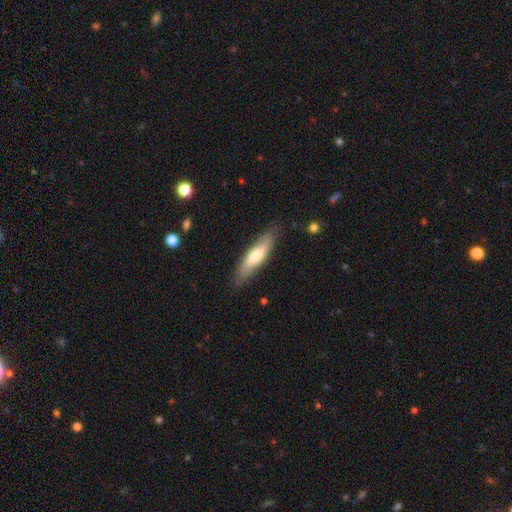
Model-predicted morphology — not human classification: type=smooth (59%); roundness=cigar-shaped (68%); merging=none (84%).